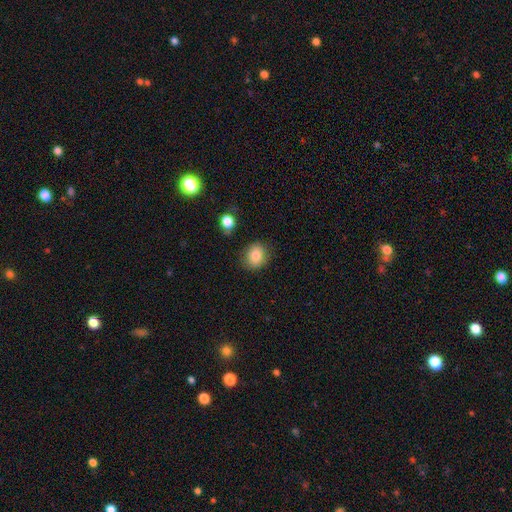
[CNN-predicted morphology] This appears to be a smooth galaxy with no disk features (83%) that is round (67%). Merging: none (83%).